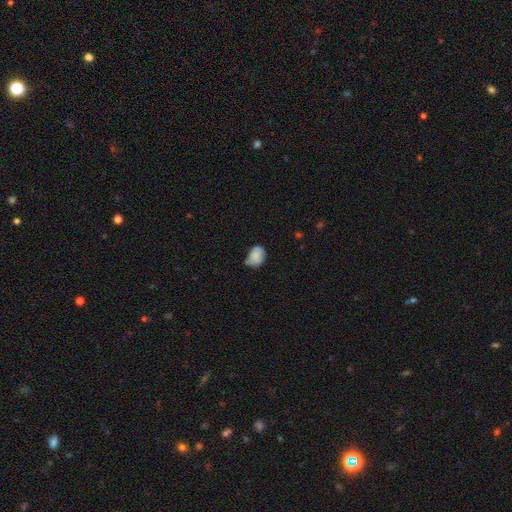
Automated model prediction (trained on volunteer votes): A smooth galaxy with no disk features (77%) that is in between round and cigar-shaped (65%). Merging: none (43%).